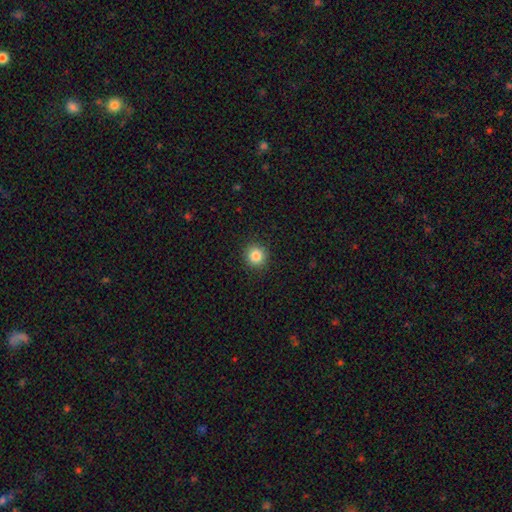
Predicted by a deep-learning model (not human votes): smooth 85%, star or artifact 11%, featured or disk 5%. Down the decision tree: how rounded — round (94%); merging — none (92%).